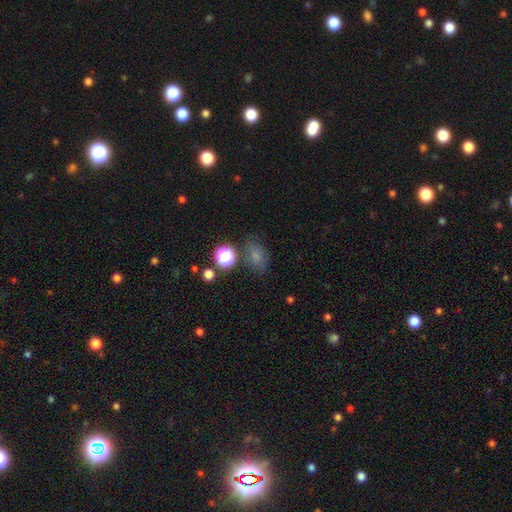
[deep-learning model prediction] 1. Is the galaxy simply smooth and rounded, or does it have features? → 62% smooth, 24% star or artifact, 14% featured or disk.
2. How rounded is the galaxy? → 68% in between, 30% round, 2% cigar-shaped.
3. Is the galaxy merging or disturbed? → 68% none, 19% minor disturbance, 8% major disturbance, 6% merger.